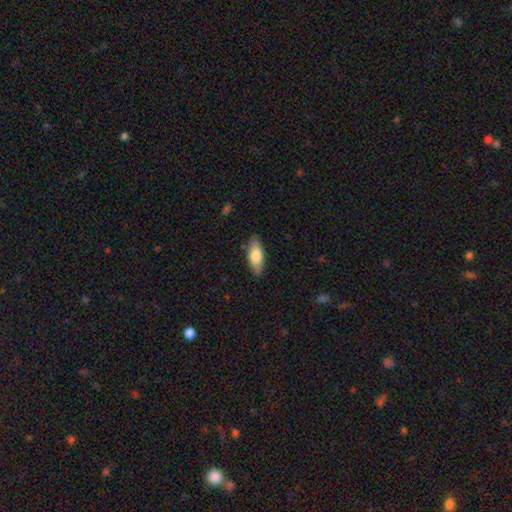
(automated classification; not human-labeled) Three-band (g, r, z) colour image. It shows a smooth galaxy with no disk features (76%) that is in between round and cigar-shaped (73%). Merging: none (86%).